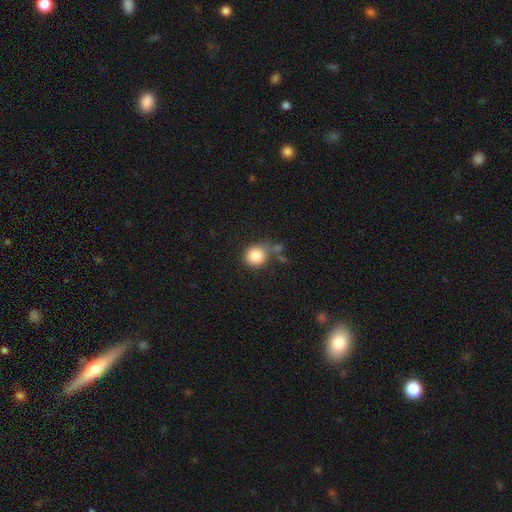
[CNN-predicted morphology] Q: Smooth or featured?
A: smooth (86%); runner-up: star or artifact (9%)
Q: How rounded?
A: round (88%); runner-up: in between (11%)
Q: Merging?
A: none (59%); runner-up: minor disturbance (18%)